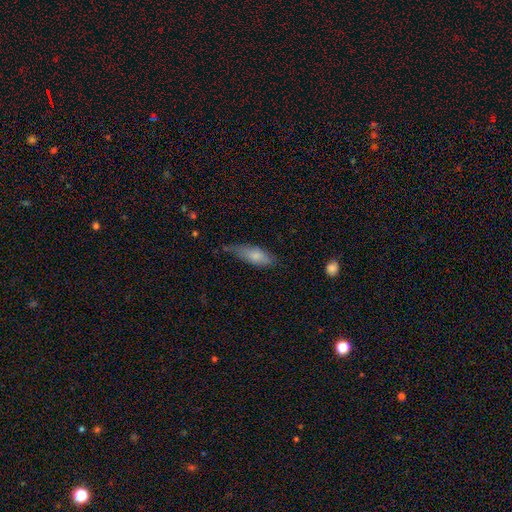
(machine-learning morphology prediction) Smooth or featured?
  - smooth: 75% *
  - featured or disk: 19%
  - star or artifact: 6%
How rounded?
  - in between: 68% *
  - cigar-shaped: 30%
  - round: 2%
Merging?
  - none: 45% *
  - minor disturbance: 39%
  - major disturbance: 12%
  - merger: 4%